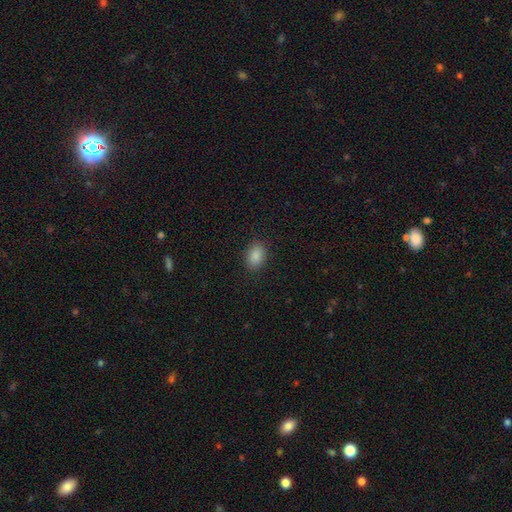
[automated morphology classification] Overall: smooth (88%). How rounded: in between (84%). Merging: none (88%).